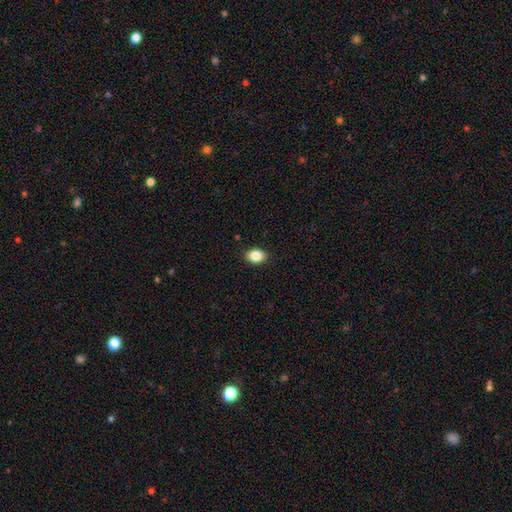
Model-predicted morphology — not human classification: smooth-or-featured: smooth: 87% | star or artifact: 9% | featured or disk: 5%
  how-rounded: in between: 71% | round: 28% | cigar-shaped: 1%
  merging: none: 89% | minor disturbance: 8% | major disturbance: 2% | merger: 1%